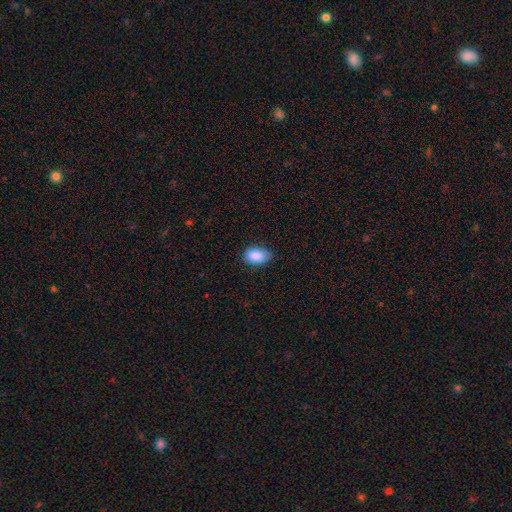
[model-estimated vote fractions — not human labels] Q: Smooth or featured?
A: smooth (87%); runner-up: star or artifact (7%)
Q: How rounded?
A: in between (88%); runner-up: round (11%)
Q: Merging?
A: none (71%); runner-up: minor disturbance (24%)